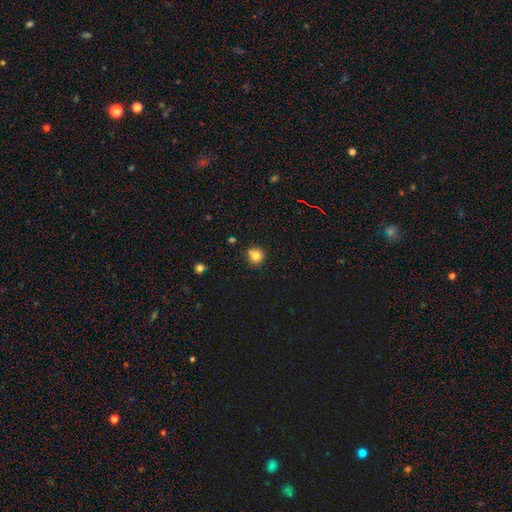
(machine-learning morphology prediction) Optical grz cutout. It shows a smooth galaxy with no disk features (79%) that is round (91%). Merging: none (74%).